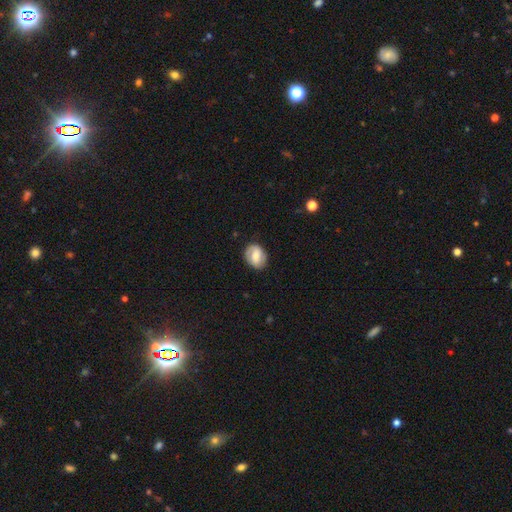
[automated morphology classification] smooth_or_featured: smooth (p=0.50) [alt: featured or disk p=0.43]
merging: none (p=0.81) [alt: minor disturbance p=0.14]